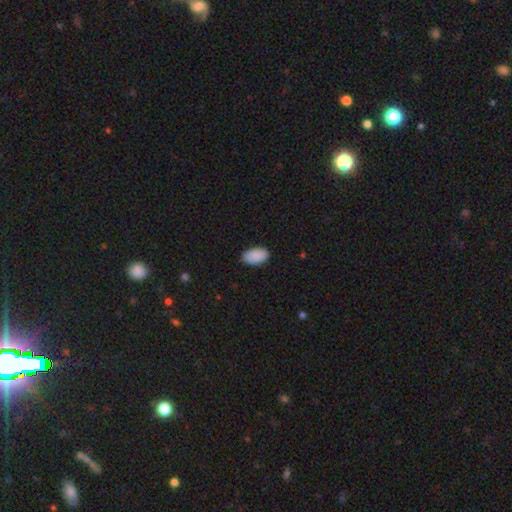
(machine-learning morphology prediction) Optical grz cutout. It shows a smooth galaxy with no disk features (90%) that is in between round and cigar-shaped (95%). Merging: none (85%).